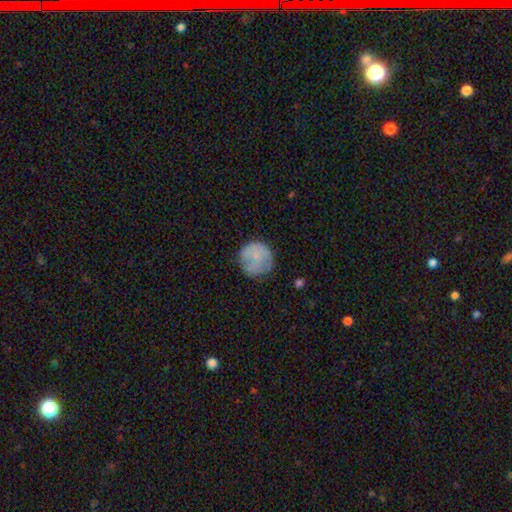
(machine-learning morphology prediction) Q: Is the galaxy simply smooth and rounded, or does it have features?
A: smooth — 69%.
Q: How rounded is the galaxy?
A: round — 93%.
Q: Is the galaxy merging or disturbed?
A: none — 69%.